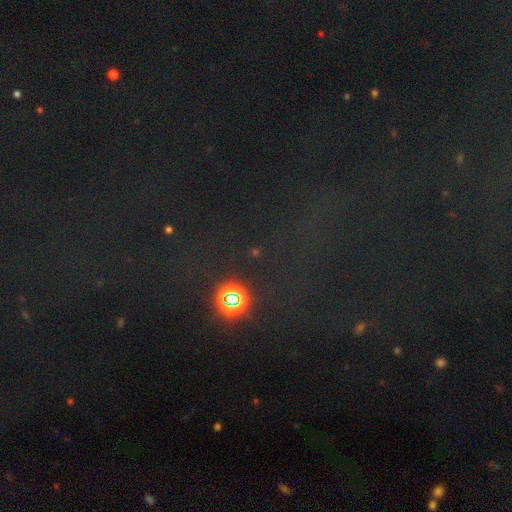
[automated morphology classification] Q: Smooth or featured?
A: star or artifact (68%); runner-up: smooth (23%)